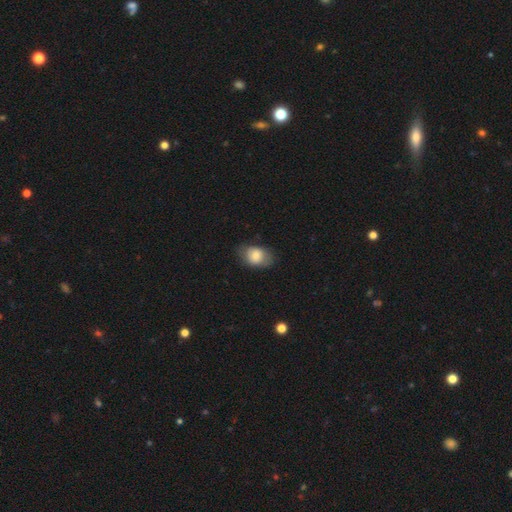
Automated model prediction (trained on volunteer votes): smooth-or-featured: smooth: 76% | featured or disk: 16% | star or artifact: 8%
  how-rounded: in between: 75% | round: 24% | cigar-shaped: 1%
  merging: none: 72% | minor disturbance: 20% | major disturbance: 7% | merger: 1%